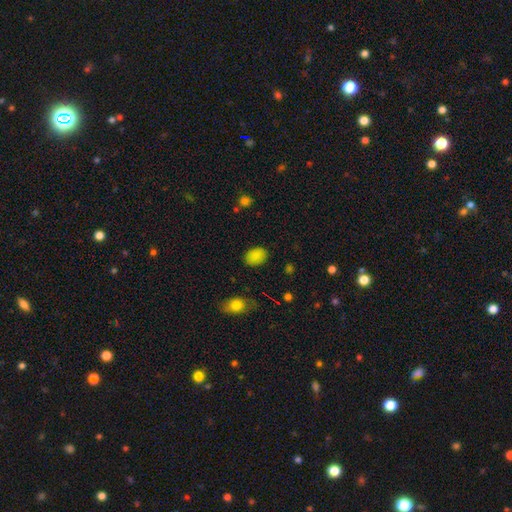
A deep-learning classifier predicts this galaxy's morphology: Smooth or featured: smooth — 86% (star or artifact — 10%)
How rounded: in between — 77% (round — 22%)
Merging: none — 86% (minor disturbance — 10%)